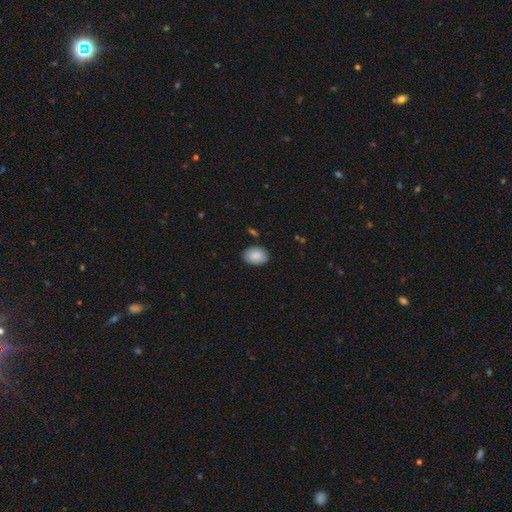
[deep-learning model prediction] Smooth or featured: smooth — 88% (star or artifact — 6%)
How rounded: in between — 83% (round — 16%)
Merging: none — 85% (minor disturbance — 11%)